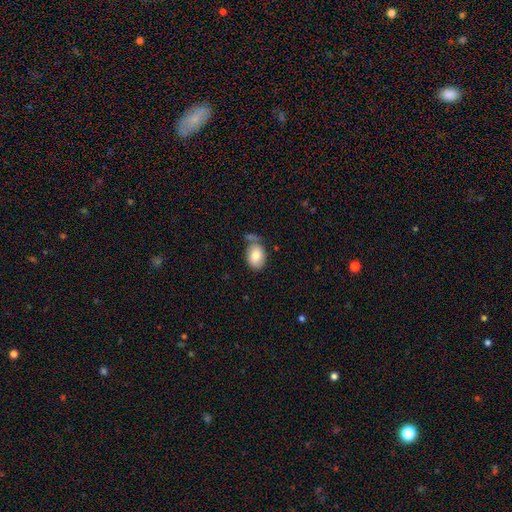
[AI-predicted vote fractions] Overall: smooth (79%). How rounded: in between (79%). Merging: none (54%; minor disturbance 22%).